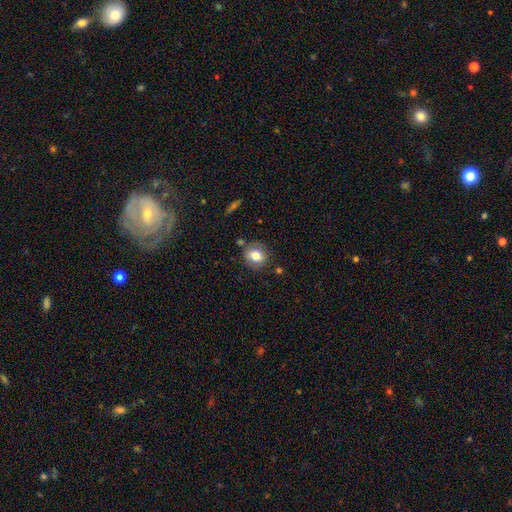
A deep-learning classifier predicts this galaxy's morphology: This is likely a smooth galaxy (76%). How rounded: likely round (78%). Merging: likely none (80%).